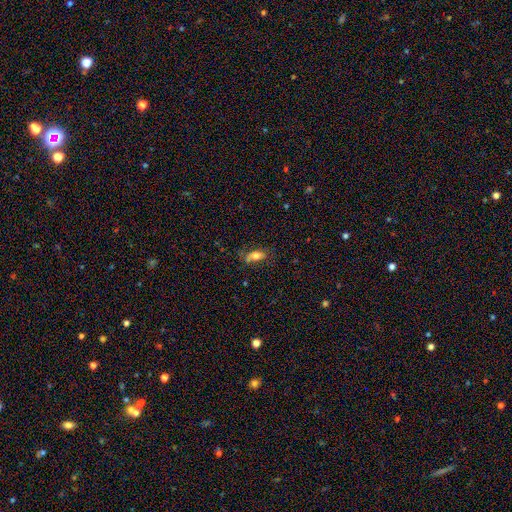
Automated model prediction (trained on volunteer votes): The model was most divided on "merging": none: 64%, minor disturbance: 23%, major disturbance: 9%, merger: 4%. More confident: how rounded — in between (80%); smooth or featured — smooth (71%).